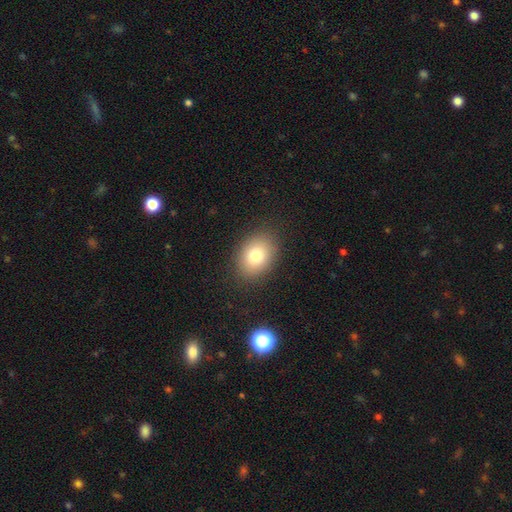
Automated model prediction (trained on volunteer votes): This is likely a smooth galaxy (78%). How rounded: likely in between (65%). Merging: clearly none (87%).